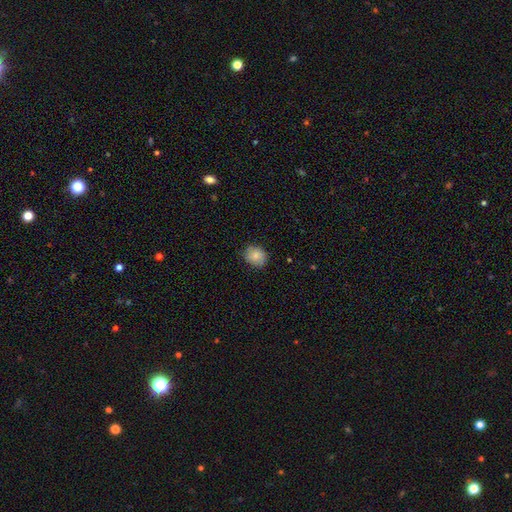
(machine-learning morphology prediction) This appears to be a smooth galaxy with no disk features (83%) that is round (68%). Merging: none (81%).